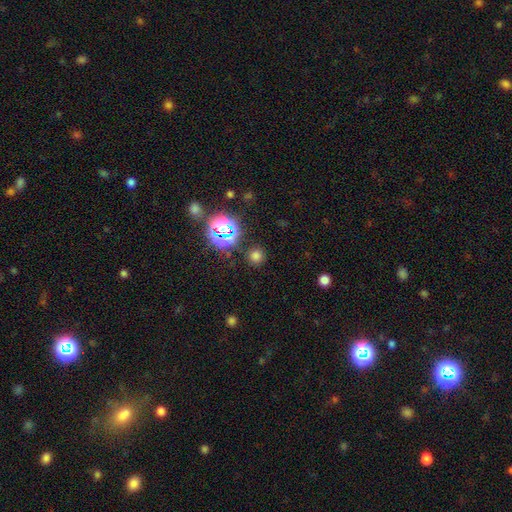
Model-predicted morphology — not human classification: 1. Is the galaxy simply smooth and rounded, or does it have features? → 67% smooth, 27% star or artifact, 6% featured or disk.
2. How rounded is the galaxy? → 91% round, 8% in between, 1% cigar-shaped.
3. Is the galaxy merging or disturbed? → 86% none, 8% minor disturbance, 4% major disturbance, 3% merger.